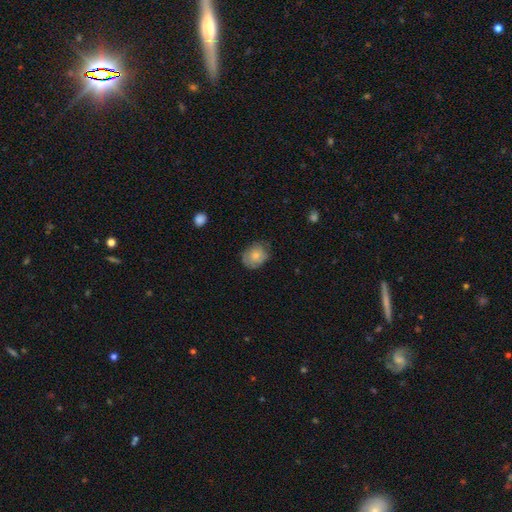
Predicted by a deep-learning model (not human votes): Smooth or featured? smooth (75%)
How rounded? round (51%)
Merging? none (69%)